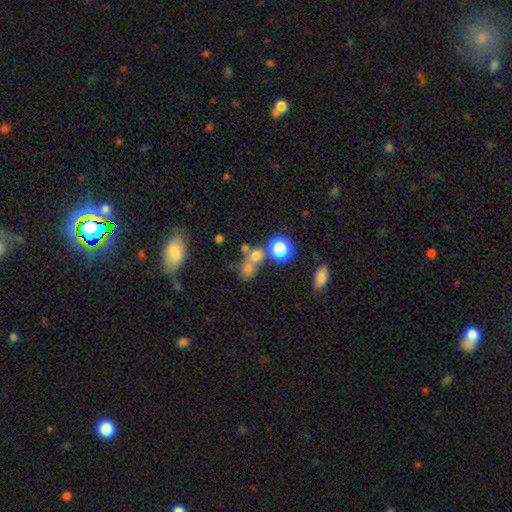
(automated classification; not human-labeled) A smooth galaxy with no disk features (66%) that is round (71%). Merging: merger (45%).